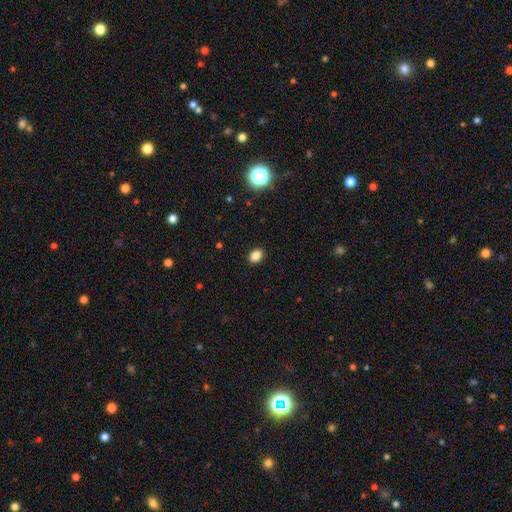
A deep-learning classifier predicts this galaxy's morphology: smooth-or-featured: smooth: 84% | star or artifact: 11% | featured or disk: 4%
  how-rounded: in between: 68% | round: 31% | cigar-shaped: 1%
  merging: none: 90% | minor disturbance: 7% | major disturbance: 2% | merger: 1%